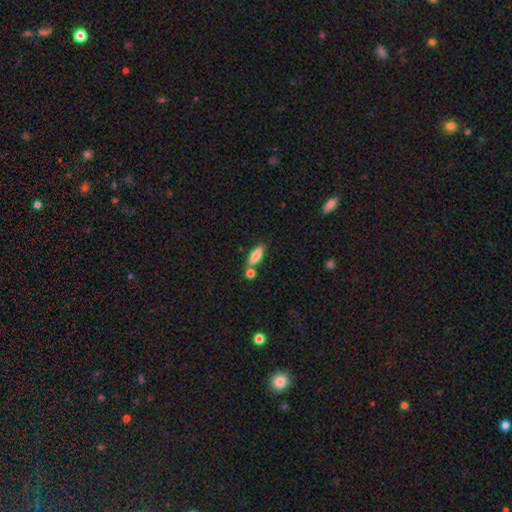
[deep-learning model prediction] Overall: smooth (80%). How rounded: in between (59%; cigar-shaped 38%). Merging: none (63%).